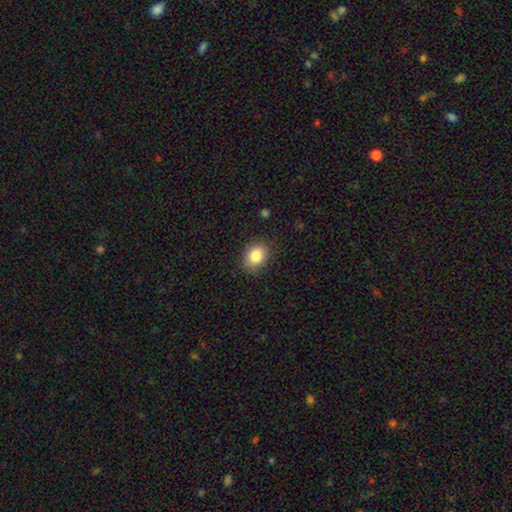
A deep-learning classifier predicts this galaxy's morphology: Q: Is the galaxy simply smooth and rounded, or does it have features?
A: smooth — 85%.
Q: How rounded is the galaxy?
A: in between — 57%.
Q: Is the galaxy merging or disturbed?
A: none — 86%.